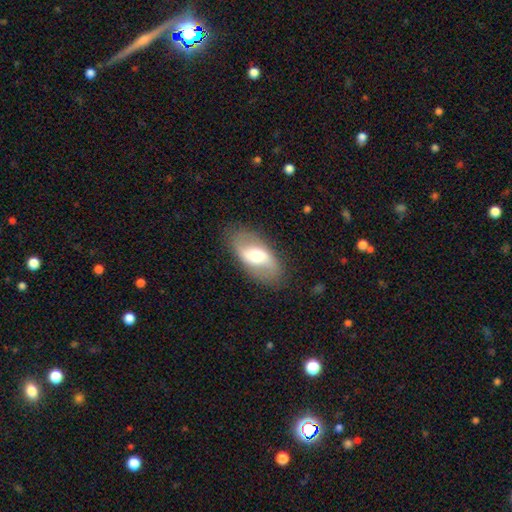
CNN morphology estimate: Smooth or featured?
  - featured or disk: 58% *
  - smooth: 35%
  - star or artifact: 7%
Edge-on disk?
  - no: 90% *
  - yes: 10%
Bar?
  - weak: 42% *
  - strong: 32%
  - no: 27%
Spiral arms?
  - yes: 72% *
  - no: 28%
Bulge size?
  - moderate: 56% *
  - large: 21%
  - small: 18%
  - dominant: 3%
  - none: 2%
Merging?
  - none: 80% *
  - minor disturbance: 13%
  - major disturbance: 5%
  - merger: 1%